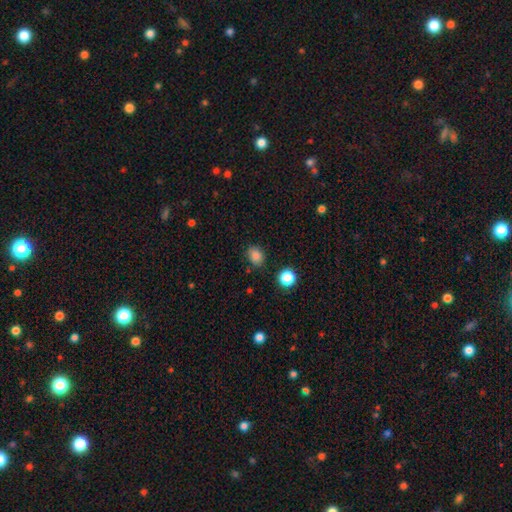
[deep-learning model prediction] A smooth galaxy with no disk features (84%) that is in between round and cigar-shaped (53%). Merging: none (81%).